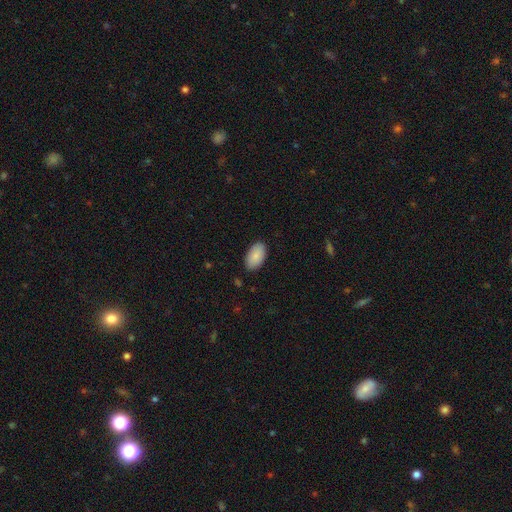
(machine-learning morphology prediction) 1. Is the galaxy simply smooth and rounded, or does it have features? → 88% smooth, 6% star or artifact, 6% featured or disk.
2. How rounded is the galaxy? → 95% in between, 3% round, 1% cigar-shaped.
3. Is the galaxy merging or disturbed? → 87% none, 10% minor disturbance, 2% major disturbance, 1% merger.